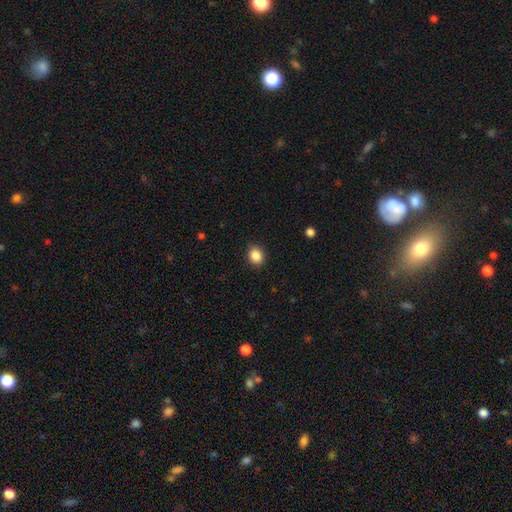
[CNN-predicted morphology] A smooth galaxy with no disk features (87%) that is round (59%).

Vote fractions:
- Smooth or featured? smooth: 87% / star or artifact: 9% / featured or disk: 4%
- How rounded? round: 59% / in between: 40% / cigar-shaped: 1%
- Merging? none: 90% / minor disturbance: 7% / major disturbance: 2% / merger: 1%